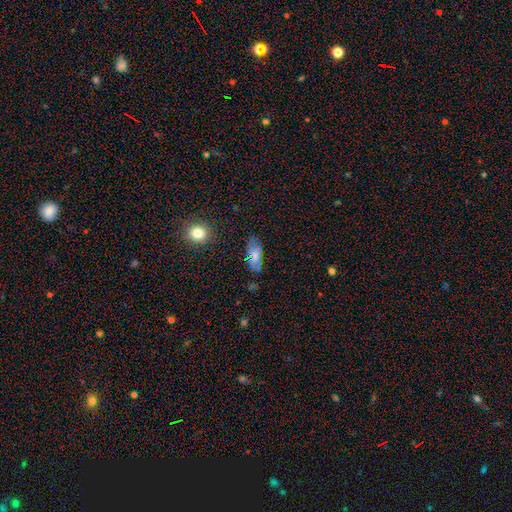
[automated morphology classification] This appears to be a smooth galaxy with no disk features (70%) that is in between round and cigar-shaped (89%). Merging: none (72%).